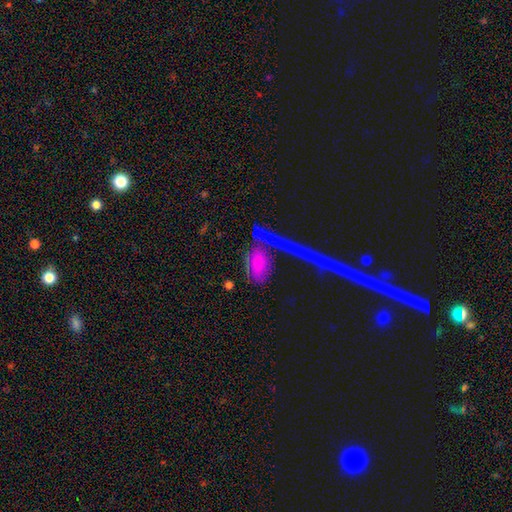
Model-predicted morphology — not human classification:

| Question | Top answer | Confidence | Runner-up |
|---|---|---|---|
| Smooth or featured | star or artifact | 59% | featured or disk (24%) |